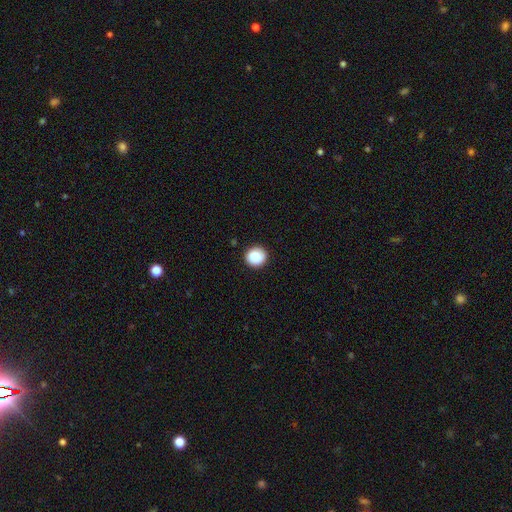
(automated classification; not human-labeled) Overall: smooth (87%). How rounded: round (90%). Merging: none (90%).